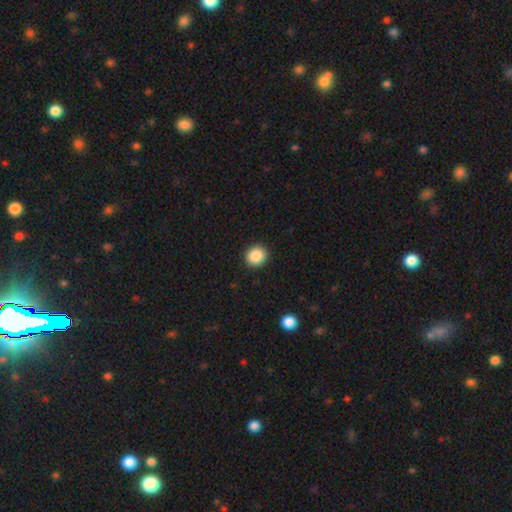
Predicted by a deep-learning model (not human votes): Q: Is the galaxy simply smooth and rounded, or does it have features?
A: smooth — 88%.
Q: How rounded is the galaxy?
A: round — 89%.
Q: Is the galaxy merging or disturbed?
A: none — 92%.